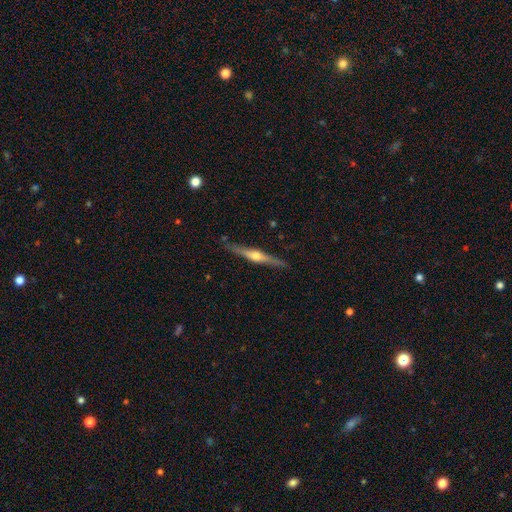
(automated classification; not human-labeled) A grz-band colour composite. It shows a featured or disk galaxy (74%) viewed edge-on (97%) with a rounded central bulge (92%). Merging: none (87%).